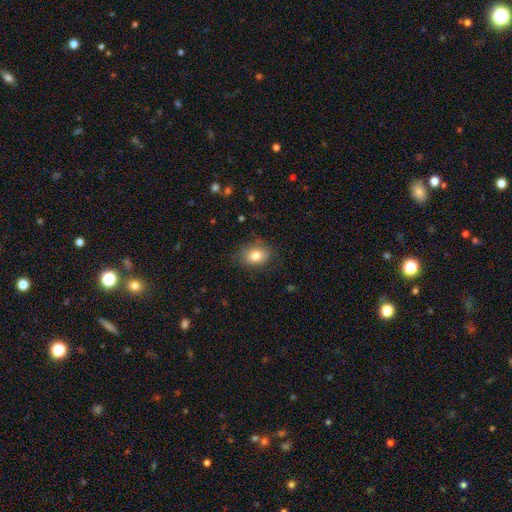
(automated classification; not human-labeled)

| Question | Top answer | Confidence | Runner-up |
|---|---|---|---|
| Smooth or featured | smooth | 81% | featured or disk (10%) |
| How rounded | in between | 62% | round (37%) |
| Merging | none | 76% | minor disturbance (18%) |